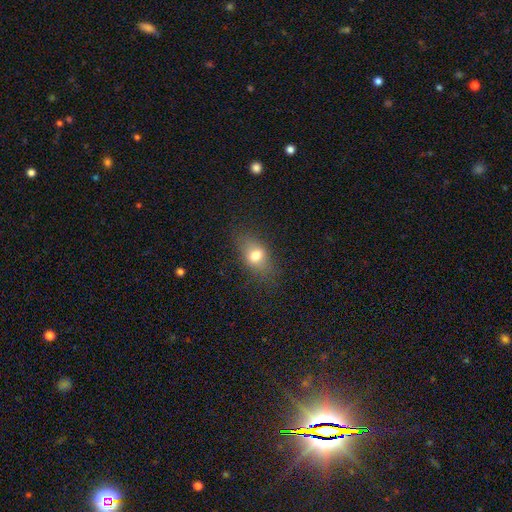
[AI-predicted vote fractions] Smooth or featured?
  - smooth: 70% *
  - featured or disk: 18%
  - star or artifact: 12%
How rounded?
  - in between: 72% *
  - round: 23%
  - cigar-shaped: 5%
Merging?
  - none: 75% *
  - minor disturbance: 17%
  - major disturbance: 7%
  - merger: 1%